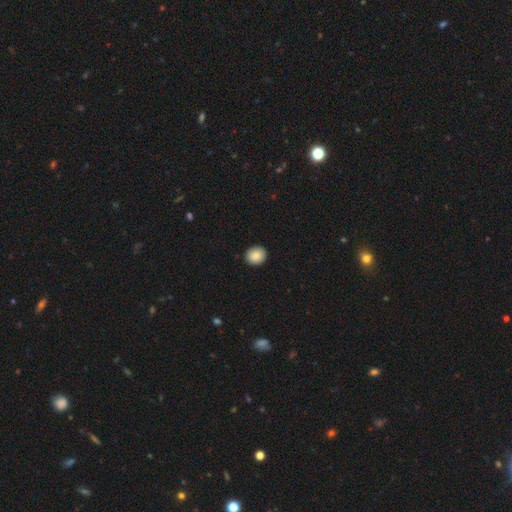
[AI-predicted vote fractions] smooth 88%, star or artifact 8%, featured or disk 5%. Down the decision tree: how rounded — round (78%); merging — none (92%).